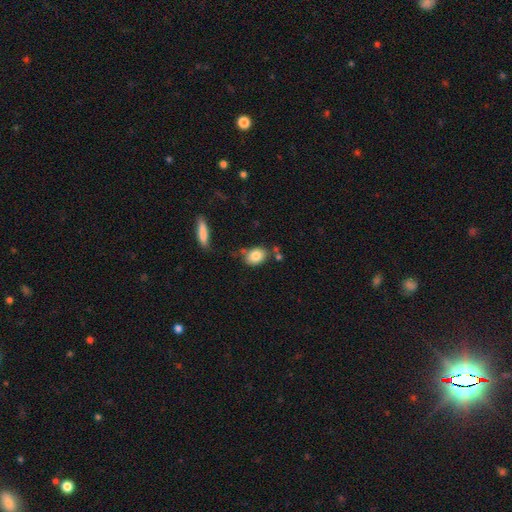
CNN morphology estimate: smooth_or_featured: smooth (p=0.82) [alt: featured or disk p=0.10]
how_rounded: in between (p=0.72) [alt: round p=0.26]
merging: none (p=0.69) [alt: minor disturbance p=0.16]